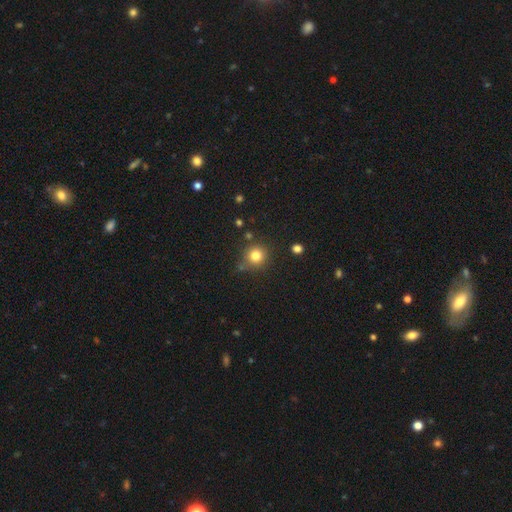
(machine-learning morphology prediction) smooth_or_featured: smooth (p=0.80) [alt: star or artifact p=0.13]
how_rounded: round (p=0.92) [alt: in between p=0.07]
merging: none (p=0.79) [alt: minor disturbance p=0.12]